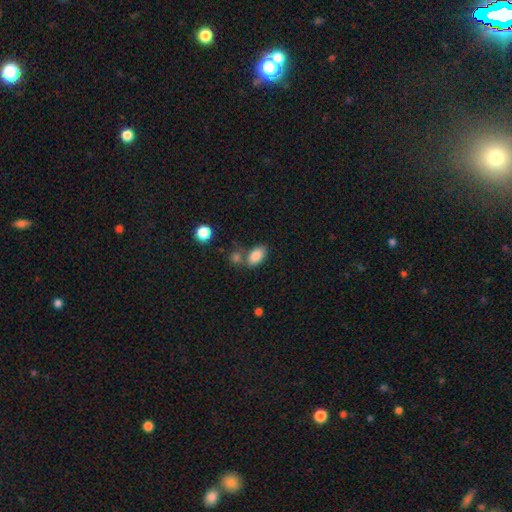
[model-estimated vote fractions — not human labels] Q: Smooth or featured?
A: smooth (85%); runner-up: star or artifact (8%)
Q: How rounded?
A: in between (91%); runner-up: round (7%)
Q: Merging?
A: none (58%); runner-up: merger (23%)